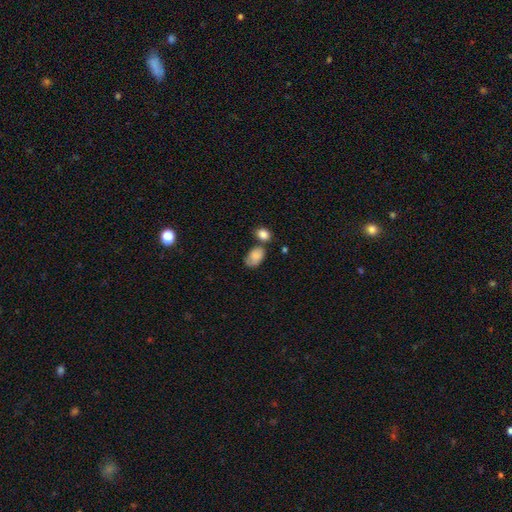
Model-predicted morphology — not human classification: smooth 82%, featured or disk 10%, star or artifact 8%. Down the decision tree: how rounded — in between (85%); merging — none (42%).